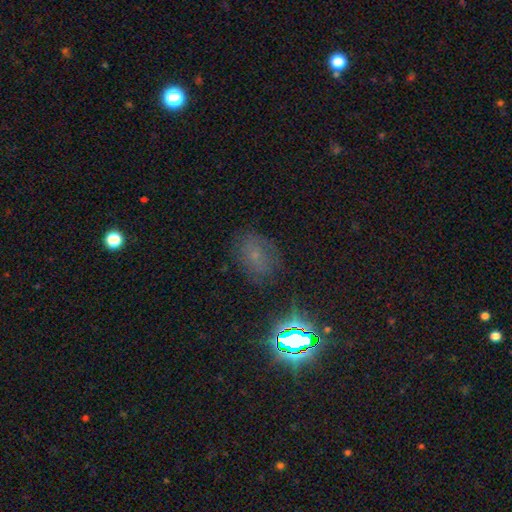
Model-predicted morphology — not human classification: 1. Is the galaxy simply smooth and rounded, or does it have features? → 43% smooth, 37% star or artifact, 20% featured or disk.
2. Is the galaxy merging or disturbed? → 71% none, 19% minor disturbance, 8% major disturbance, 2% merger.